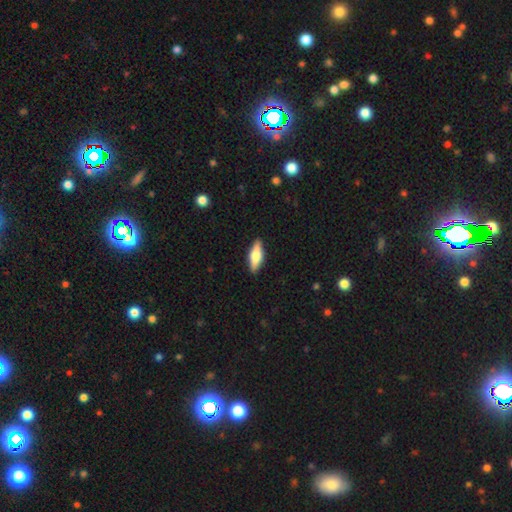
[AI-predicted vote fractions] Smooth or featured: smooth — 55% (featured or disk — 40%)
How rounded: in between — 55% (cigar-shaped — 42%)
Merging: none — 89% (minor disturbance — 8%)